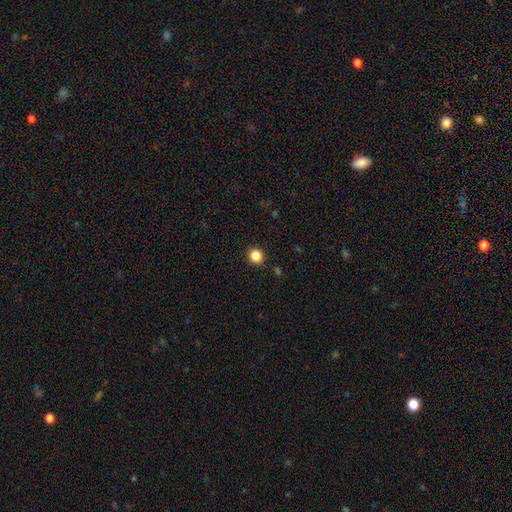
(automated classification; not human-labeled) Smooth or featured?
  - smooth: 86% *
  - star or artifact: 11%
  - featured or disk: 3%
How rounded?
  - round: 85% *
  - in between: 14%
  - cigar-shaped: 1%
Merging?
  - none: 90% *
  - minor disturbance: 6%
  - major disturbance: 2%
  - merger: 1%